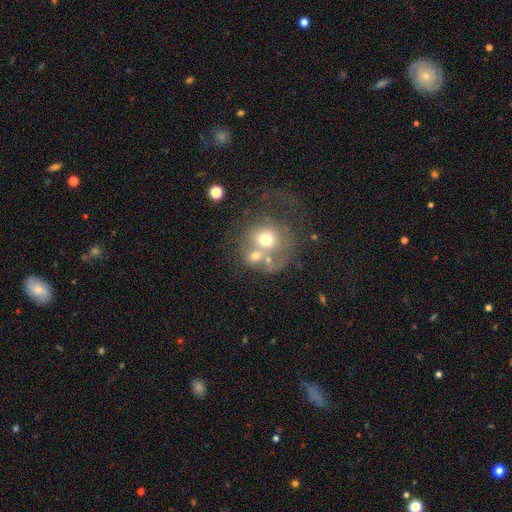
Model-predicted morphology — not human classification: Smooth or featured: smooth — 56% (featured or disk — 30%)
How rounded: round — 77% (in between — 22%)
Merging: merger — 49% (none — 25%)